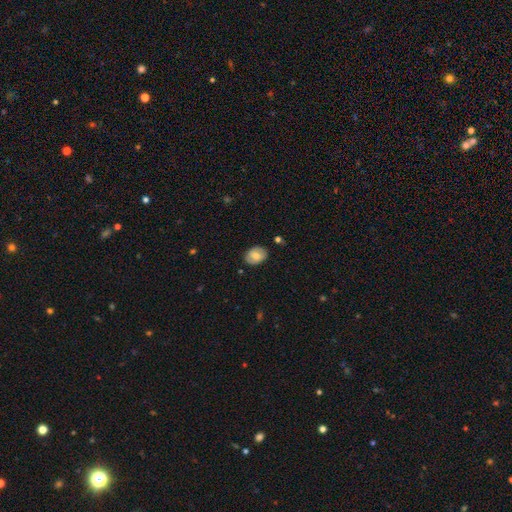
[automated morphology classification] Q: Smooth or featured?
A: smooth (61%); runner-up: featured or disk (31%)
Q: How rounded?
A: in between (73%); runner-up: round (26%)
Q: Merging?
A: none (81%); runner-up: minor disturbance (14%)